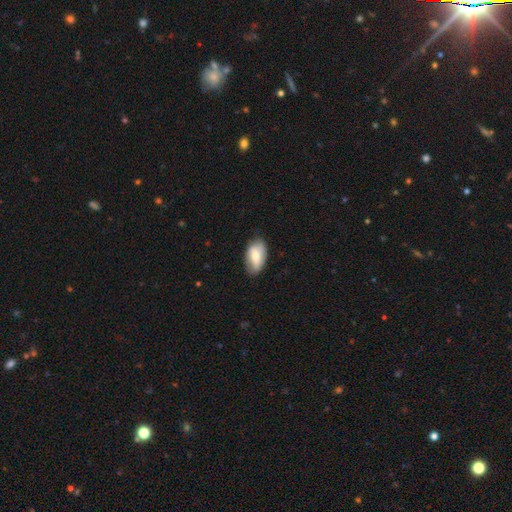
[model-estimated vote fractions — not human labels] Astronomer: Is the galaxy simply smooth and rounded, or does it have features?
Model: smooth — 66%.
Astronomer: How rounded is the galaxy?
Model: in between — 93%.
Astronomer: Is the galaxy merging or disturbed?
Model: none — 76%.